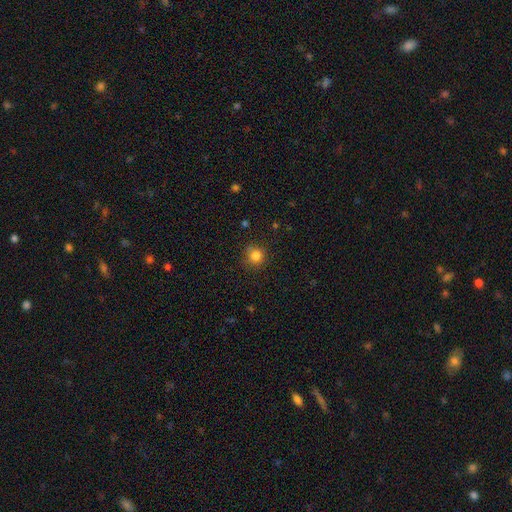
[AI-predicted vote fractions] smooth 83%, star or artifact 12%, featured or disk 5%. Down the decision tree: how rounded — round (90%); merging — none (79%).